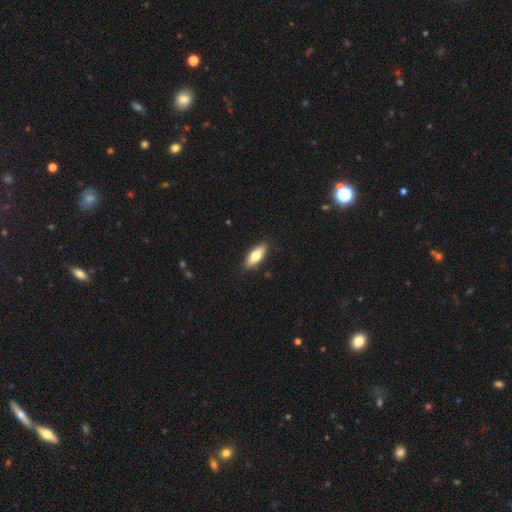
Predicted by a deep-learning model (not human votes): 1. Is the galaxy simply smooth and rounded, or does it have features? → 68% smooth, 26% featured or disk, 6% star or artifact.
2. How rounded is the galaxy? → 74% in between, 24% cigar-shaped, 3% round.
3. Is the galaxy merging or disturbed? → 88% none, 9% minor disturbance, 2% major disturbance, 1% merger.